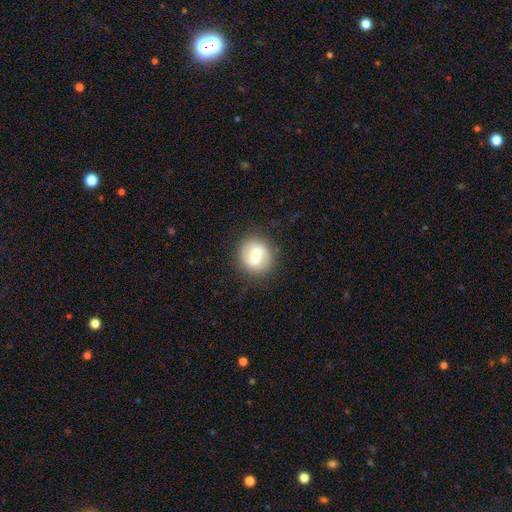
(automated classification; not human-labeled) Q: Smooth or featured?
A: smooth (47%); runner-up: featured or disk (45%)
Q: Merging?
A: none (79%); runner-up: minor disturbance (13%)